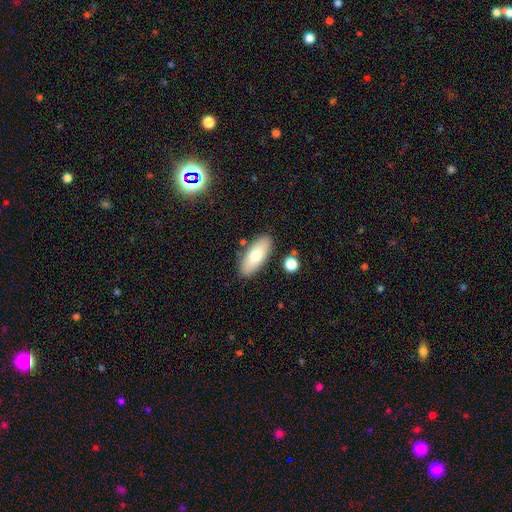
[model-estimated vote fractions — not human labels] Smooth or featured? smooth (74%)
How rounded? in between (82%)
Merging? none (85%)